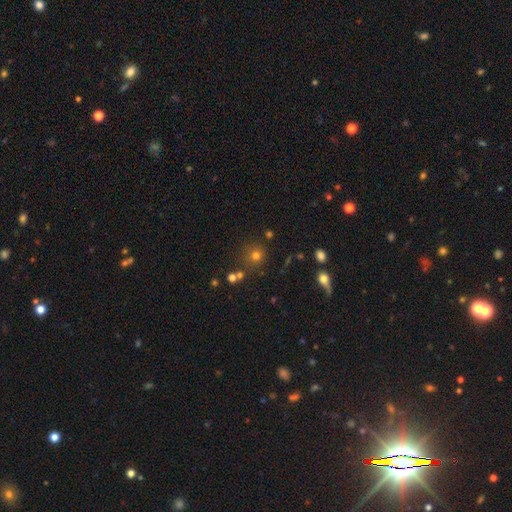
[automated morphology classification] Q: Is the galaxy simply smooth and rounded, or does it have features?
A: smooth — 70%.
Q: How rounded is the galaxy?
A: round — 91%.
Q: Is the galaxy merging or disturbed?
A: none — 78%.